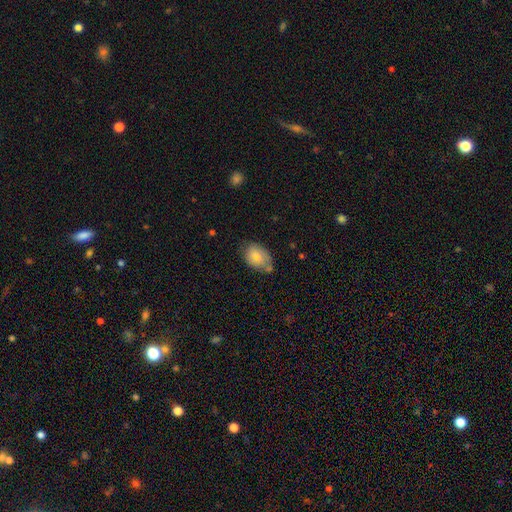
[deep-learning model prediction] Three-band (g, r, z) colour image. It shows a smooth galaxy with no disk features (68%) that is in between round and cigar-shaped (78%). Merging: none (61%).